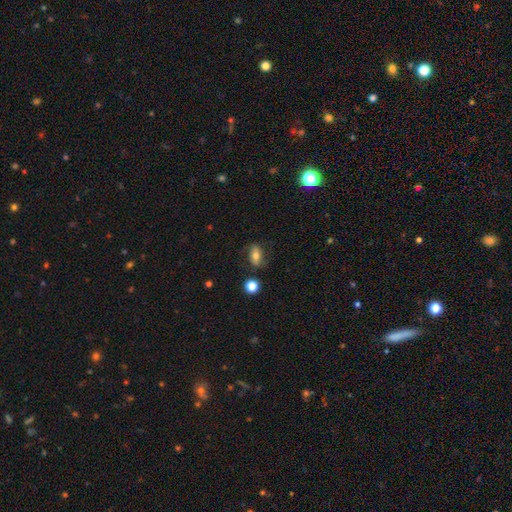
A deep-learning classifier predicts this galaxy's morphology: smooth-or-featured: smooth: 65% | featured or disk: 24% | star or artifact: 11%
  how-rounded: in between: 80% | round: 14% | cigar-shaped: 6%
  merging: none: 75% | minor disturbance: 17% | major disturbance: 5% | merger: 3%